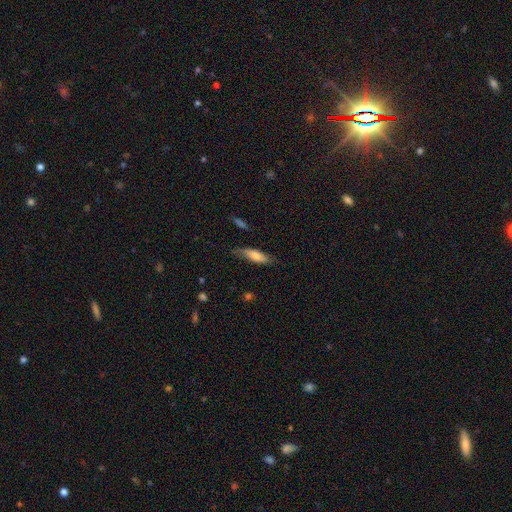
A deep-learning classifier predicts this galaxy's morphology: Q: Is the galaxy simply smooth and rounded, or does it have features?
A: smooth — 67%.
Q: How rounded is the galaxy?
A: cigar-shaped — 51%.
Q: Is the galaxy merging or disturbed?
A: none — 71%.